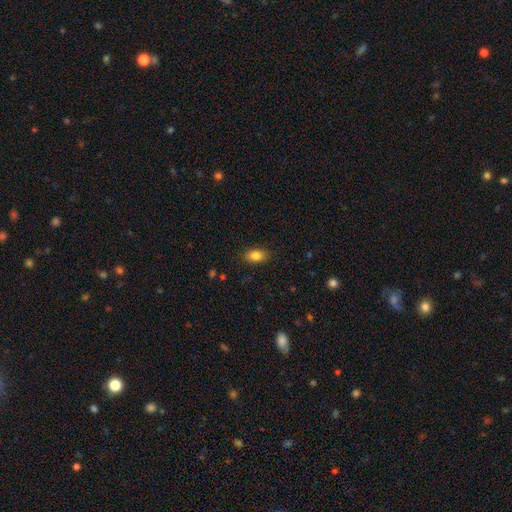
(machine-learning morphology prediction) Smooth or featured? Predicted: smooth (p=0.85). How rounded? Predicted: in between (p=0.88). Merging? Predicted: none (p=0.87).